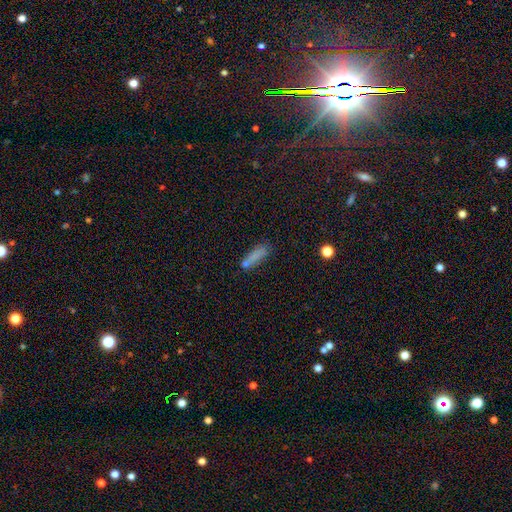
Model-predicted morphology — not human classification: Overall: smooth (77%). How rounded: cigar-shaped (60%; in between 37%). Merging: none (59%; minor disturbance 21%).